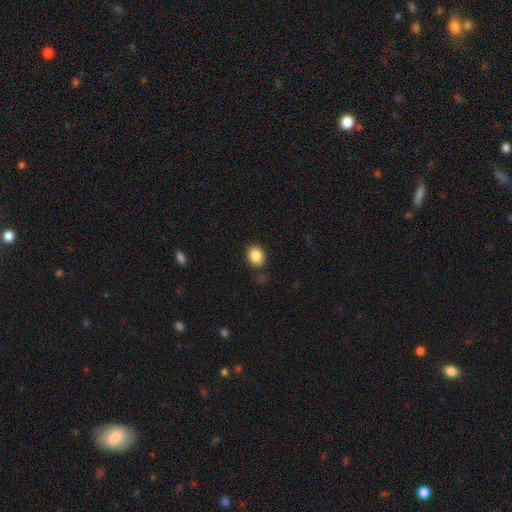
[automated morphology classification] Q: Smooth or featured?
A: smooth (86%); runner-up: star or artifact (9%)
Q: How rounded?
A: in between (53%); runner-up: round (46%)
Q: Merging?
A: none (83%); runner-up: minor disturbance (11%)